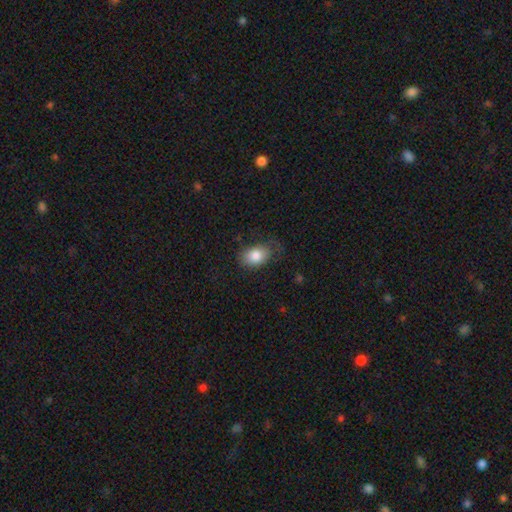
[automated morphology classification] Overall: smooth (82%). How rounded: in between (84%). Merging: none (61%; minor disturbance 26%).